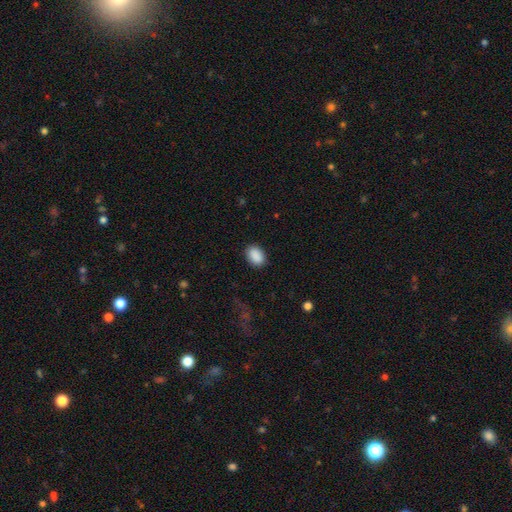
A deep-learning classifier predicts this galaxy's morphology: Smooth or featured? Predicted: smooth (p=0.90). How rounded? Predicted: in between (p=0.81). Merging? Predicted: none (p=0.87).